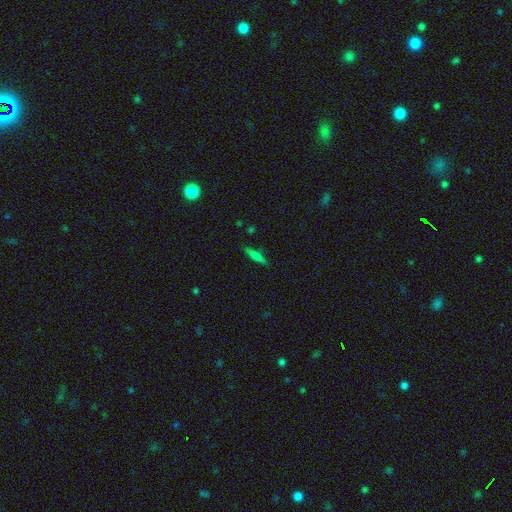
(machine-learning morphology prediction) smooth_or_featured: smooth (p=0.68) [alt: featured or disk p=0.22]
how_rounded: cigar-shaped (p=0.84) [alt: in between p=0.14]
merging: none (p=0.86) [alt: minor disturbance p=0.10]